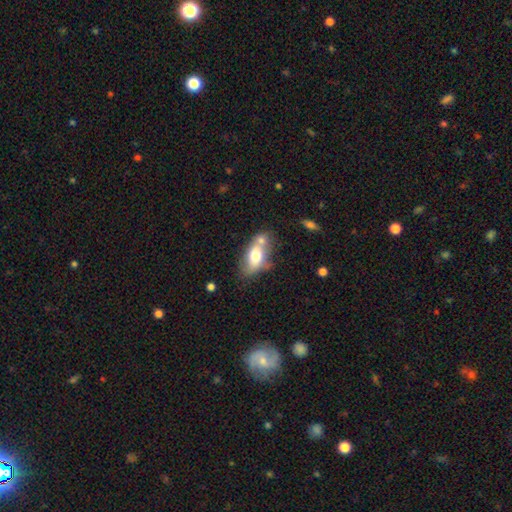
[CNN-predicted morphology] Smooth or featured? smooth (64%)
How rounded? in between (85%)
Merging? none (45%)